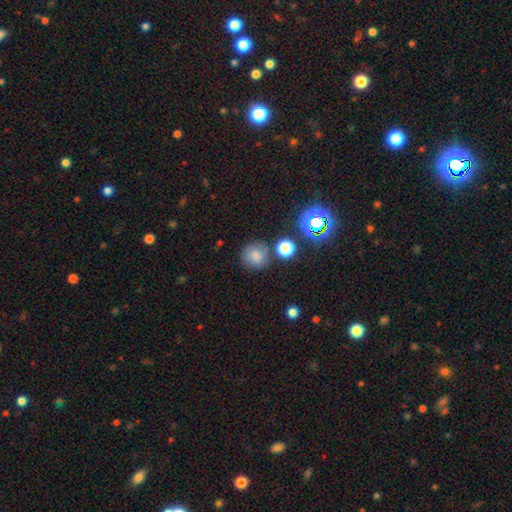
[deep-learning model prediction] A smooth galaxy with no disk features (72%) that is round (89%).

Vote fractions:
- Smooth or featured? smooth: 72% / star or artifact: 16% / featured or disk: 12%
- How rounded? round: 89% / in between: 10% / cigar-shaped: 1%
- Merging? none: 74% / minor disturbance: 13% / merger: 8% / major disturbance: 5%